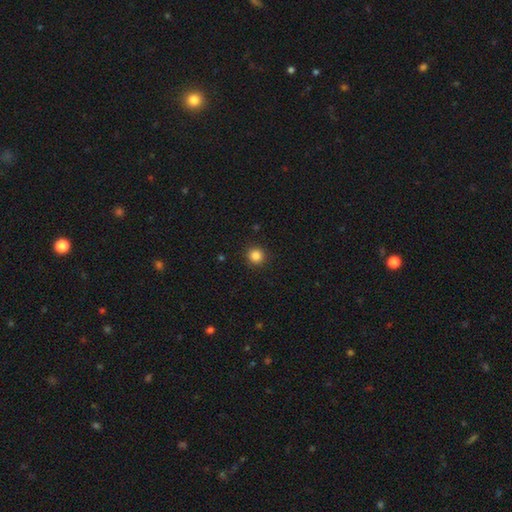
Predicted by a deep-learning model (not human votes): smooth_or_featured: smooth (p=0.85) [alt: star or artifact p=0.11]
how_rounded: round (p=0.94) [alt: in between p=0.05]
merging: none (p=0.92) [alt: minor disturbance p=0.05]